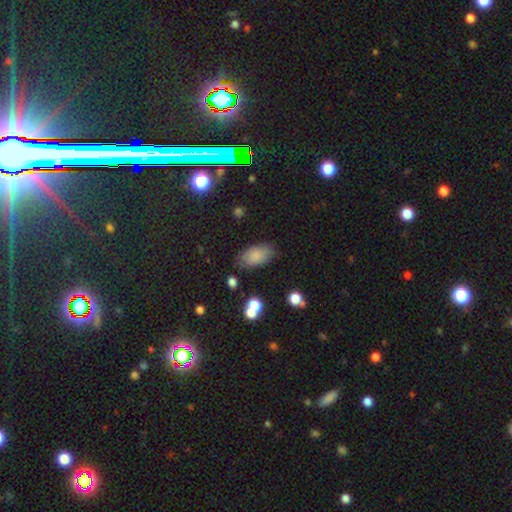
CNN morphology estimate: Smooth or featured? smooth (83%)
How rounded? in between (93%)
Merging? none (80%)